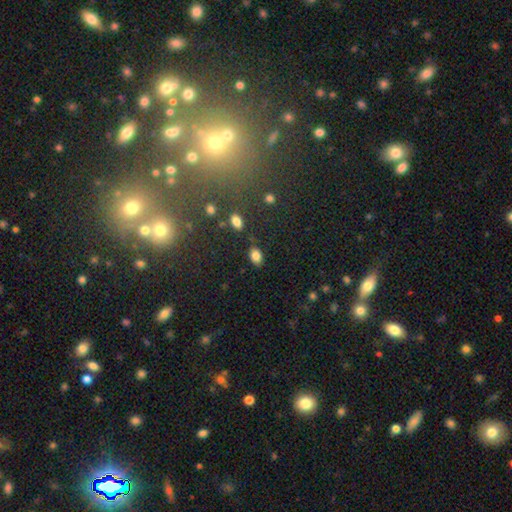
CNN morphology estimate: smooth-or-featured: smooth: 83% | star or artifact: 10% | featured or disk: 6%
  how-rounded: in between: 83% | round: 16% | cigar-shaped: 2%
  merging: none: 79% | minor disturbance: 14% | merger: 4% | major disturbance: 4%